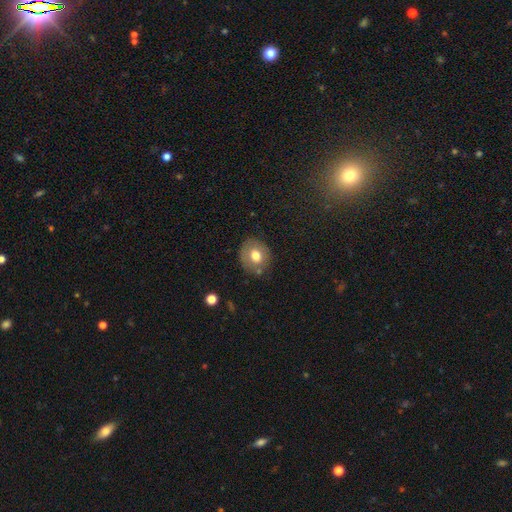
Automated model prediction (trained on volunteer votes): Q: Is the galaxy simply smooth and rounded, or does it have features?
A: smooth — 69%.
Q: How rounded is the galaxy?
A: round — 72%.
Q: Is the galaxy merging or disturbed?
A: none — 78%.